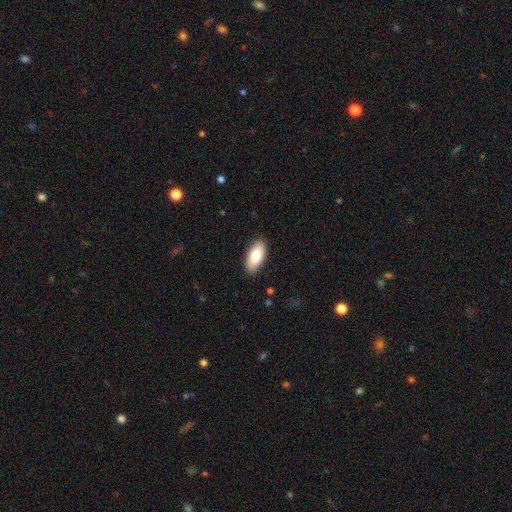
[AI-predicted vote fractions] This is clearly a smooth galaxy (84%). How rounded: clearly in between (87%). Merging: clearly none (88%).